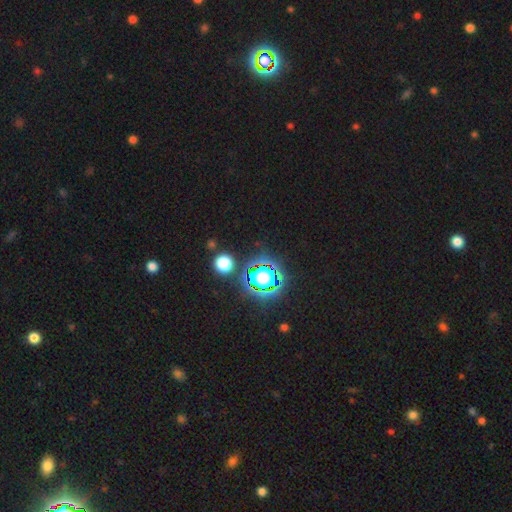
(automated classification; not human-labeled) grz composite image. It shows a star or artifact, not a galaxy (82%).